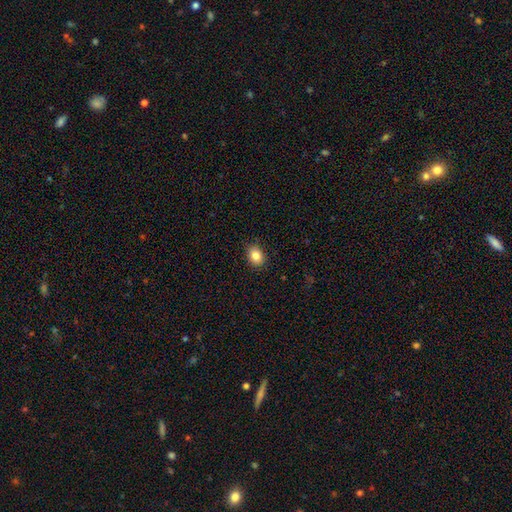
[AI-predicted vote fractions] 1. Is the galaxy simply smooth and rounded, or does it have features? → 84% smooth, 9% star or artifact, 7% featured or disk.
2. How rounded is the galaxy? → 64% in between, 35% round, 1% cigar-shaped.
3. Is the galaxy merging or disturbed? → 89% none, 8% minor disturbance, 2% major disturbance, 1% merger.